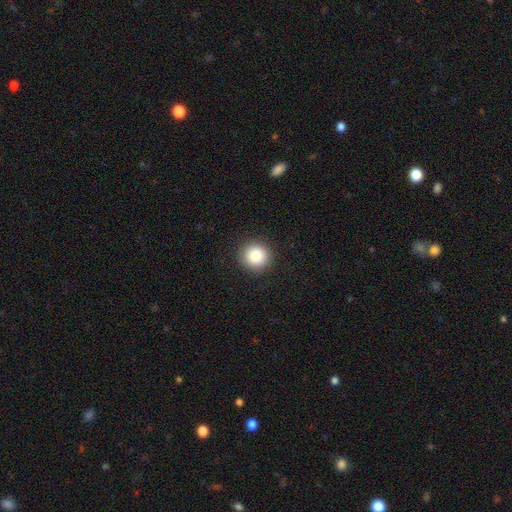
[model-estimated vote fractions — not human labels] Smooth or featured?
  - smooth: 86% *
  - star or artifact: 9%
  - featured or disk: 5%
How rounded?
  - round: 94% *
  - in between: 5%
  - cigar-shaped: 1%
Merging?
  - none: 91% *
  - minor disturbance: 6%
  - major disturbance: 2%
  - merger: 1%